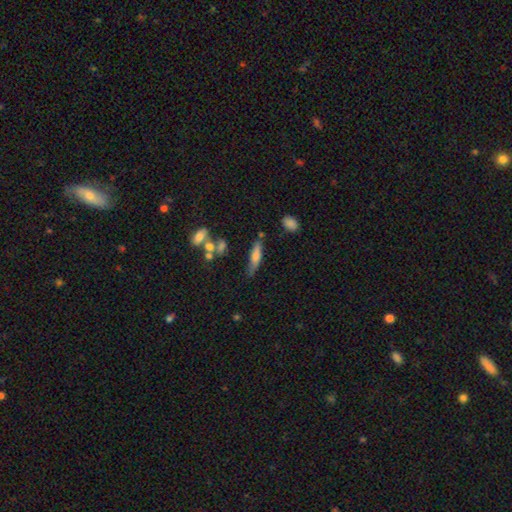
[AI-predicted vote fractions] This appears to be a smooth galaxy with no disk features (65%) that is cigar-shaped (71%). Merging: none (63%).